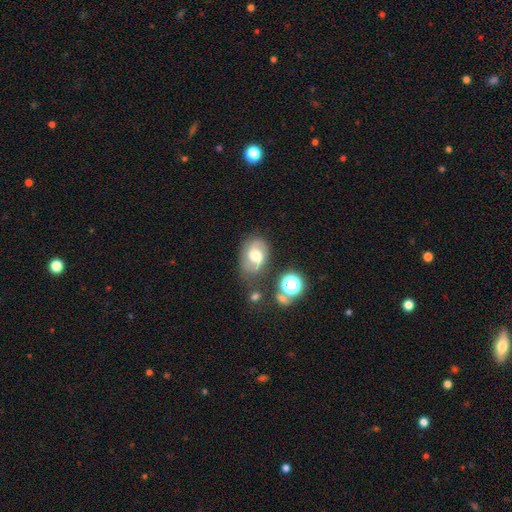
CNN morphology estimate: smooth_or_featured: featured or disk (p=0.59) [alt: smooth p=0.32]
disk_edge_on: no (p=0.96) [alt: yes p=0.04]
bar: weak (p=0.45) [alt: no p=0.43]
has_spiral_arms: yes (p=0.82) [alt: no p=0.18]
bulge_size: moderate (p=0.57) [alt: large p=0.31]
merging: none (p=0.62) [alt: minor disturbance p=0.23]